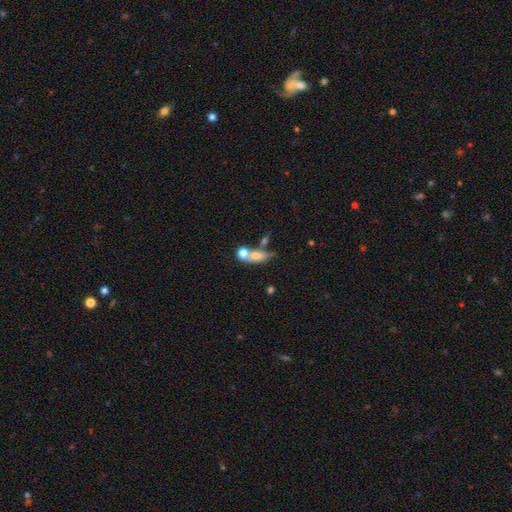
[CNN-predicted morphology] type=smooth (67%); roundness=in between (58%); merging=merger (47%).